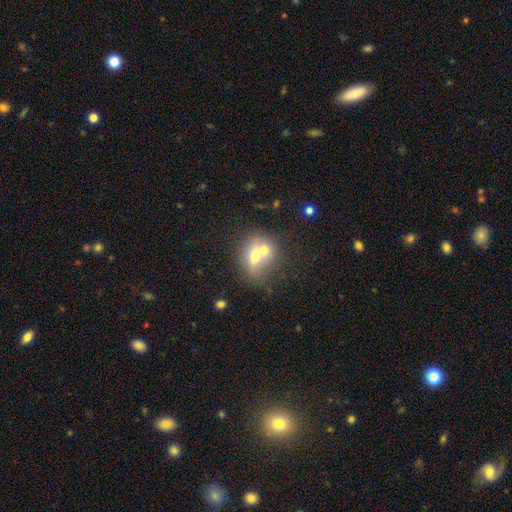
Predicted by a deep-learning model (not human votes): Smooth or featured?
  - smooth: 60% *
  - featured or disk: 29%
  - star or artifact: 11%
How rounded?
  - round: 62% *
  - in between: 36%
  - cigar-shaped: 2%
Merging?
  - merger: 56% *
  - none: 32%
  - minor disturbance: 9%
  - major disturbance: 4%